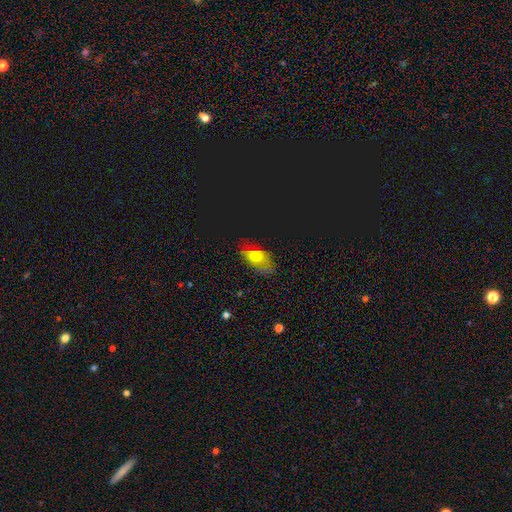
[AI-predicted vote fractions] The model was most divided on "merging": none: 58%, minor disturbance: 27%, major disturbance: 13%, merger: 3%. More confident: how rounded — in between (83%); smooth or featured — smooth (57%).